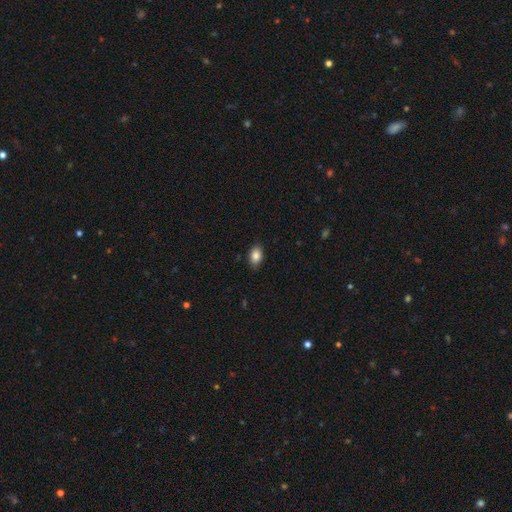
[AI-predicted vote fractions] The model was most divided on "how rounded": in between: 88%, round: 11%, cigar-shaped: 2%. More confident: merging — none (87%); smooth or featured — smooth (85%).